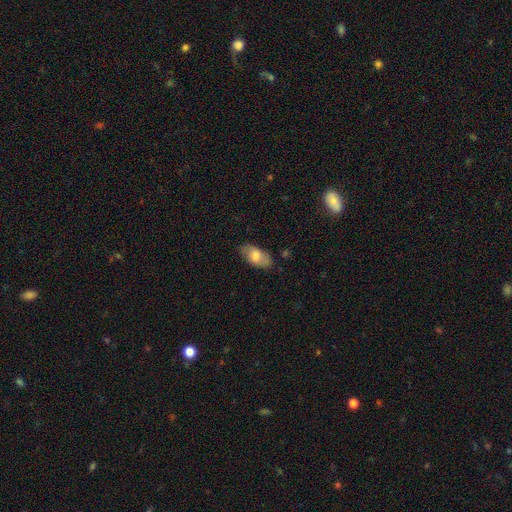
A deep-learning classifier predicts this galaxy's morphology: A smooth galaxy with no disk features (73%) that is in between round and cigar-shaped (92%).

Vote fractions:
- Smooth or featured? smooth: 73% / featured or disk: 20% / star or artifact: 6%
- How rounded? in between: 92% / cigar-shaped: 5% / round: 3%
- Merging? none: 78% / minor disturbance: 16% / major disturbance: 4% / merger: 1%